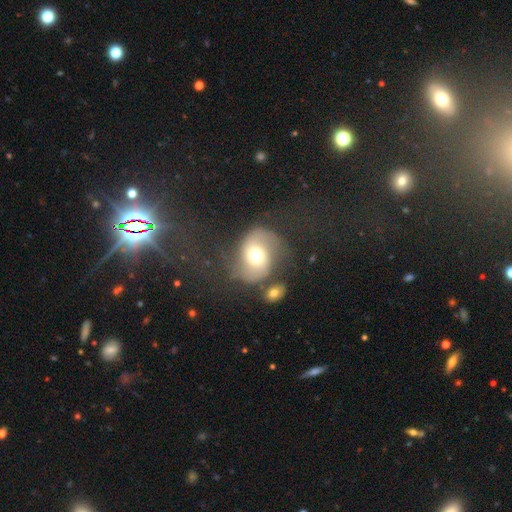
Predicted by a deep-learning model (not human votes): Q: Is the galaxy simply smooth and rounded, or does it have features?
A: featured or disk — 63%.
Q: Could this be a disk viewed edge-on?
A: no — 97%.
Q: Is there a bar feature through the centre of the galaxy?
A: no — 60%.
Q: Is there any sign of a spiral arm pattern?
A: yes — 83%.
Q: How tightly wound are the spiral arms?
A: loose — 48%.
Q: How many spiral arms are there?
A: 2 — 89%.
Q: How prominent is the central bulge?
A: moderate — 71%.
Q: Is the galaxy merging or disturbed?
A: none — 59%.